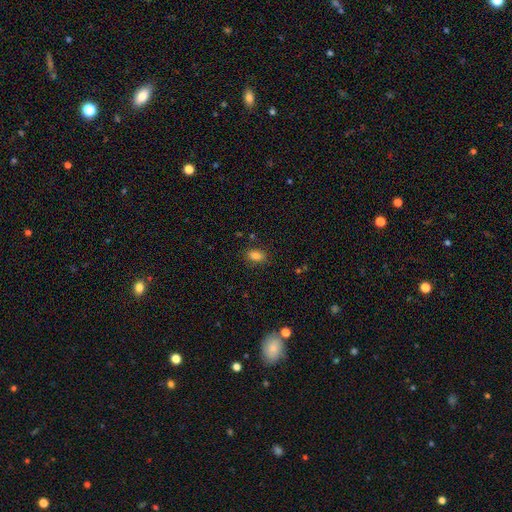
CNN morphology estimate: This appears to be a smooth galaxy with no disk features (84%) that is in between round and cigar-shaped (83%). Merging: none (84%).